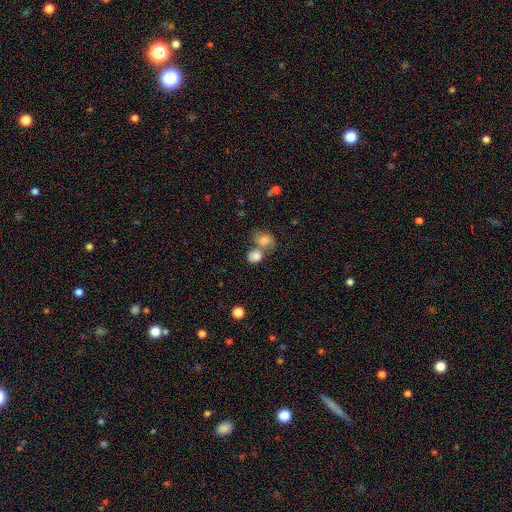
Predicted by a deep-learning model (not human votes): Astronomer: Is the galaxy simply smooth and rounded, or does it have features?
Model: smooth — 82%.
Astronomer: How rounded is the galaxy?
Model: round — 63%.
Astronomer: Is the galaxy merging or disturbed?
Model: merger — 48% (runner-up: none, 37%).